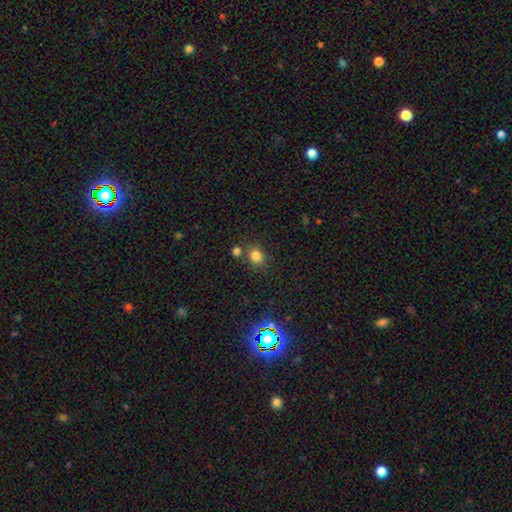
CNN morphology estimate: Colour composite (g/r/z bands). It shows a smooth galaxy with no disk features (79%) that is round (71%). Merging: none (70%).